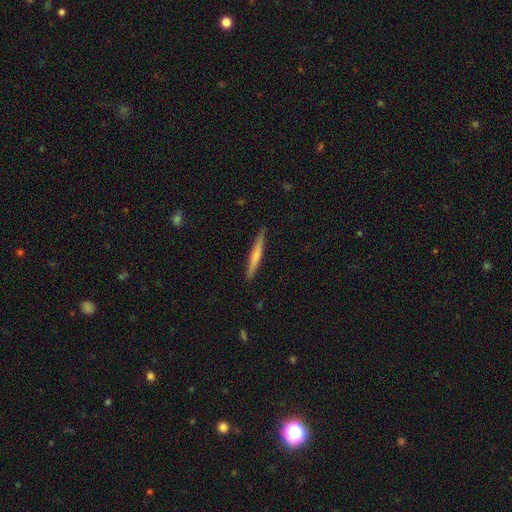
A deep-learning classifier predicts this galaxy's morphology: Overall: smooth (55%; featured or disk 39%). How rounded: cigar-shaped (96%). Merging: none (89%).